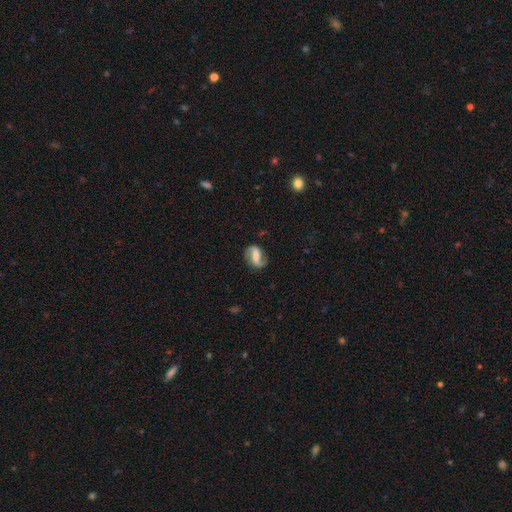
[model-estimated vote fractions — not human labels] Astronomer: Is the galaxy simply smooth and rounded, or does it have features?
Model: featured or disk — 77%.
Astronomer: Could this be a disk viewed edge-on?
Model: no — 97%.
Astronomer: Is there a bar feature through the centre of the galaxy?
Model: strong — 47% (runner-up: weak, 34%).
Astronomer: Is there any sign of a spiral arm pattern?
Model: yes — 93%.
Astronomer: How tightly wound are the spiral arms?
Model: loose — 54% (runner-up: medium, 34%).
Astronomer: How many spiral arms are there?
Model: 2 — 88%.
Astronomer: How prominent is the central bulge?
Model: none — 39% (runner-up: moderate, 22%).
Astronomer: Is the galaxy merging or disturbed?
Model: none — 75%.